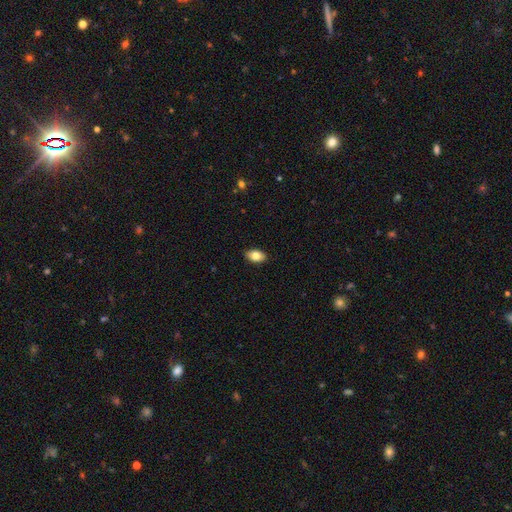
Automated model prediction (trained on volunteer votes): A smooth galaxy with no disk features (81%) that is in between round and cigar-shaped (91%). Merging: none (89%).